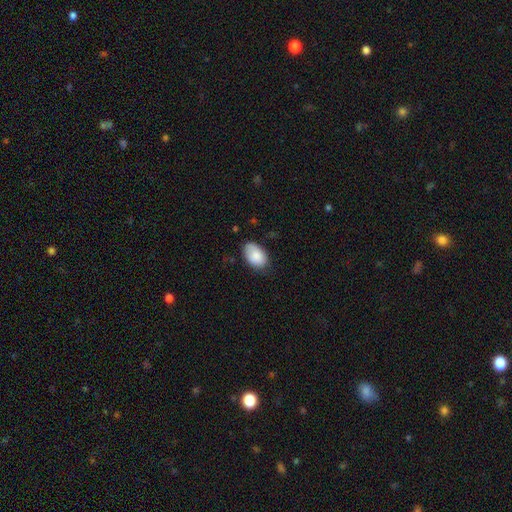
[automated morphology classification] This appears to be a smooth galaxy with no disk features (86%) that is in between round and cigar-shaped (91%). Merging: none (68%).